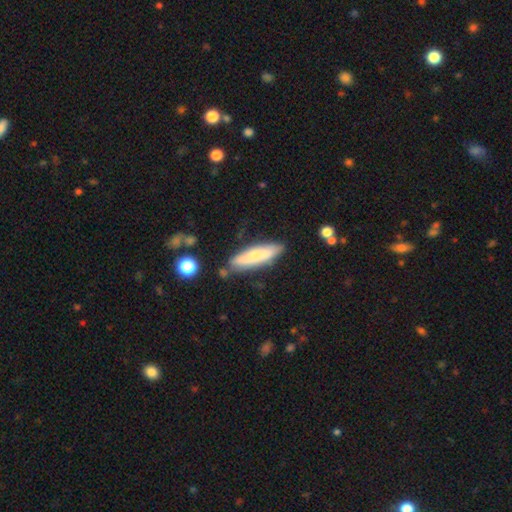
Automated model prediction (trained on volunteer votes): Smooth or featured? Predicted: smooth (p=0.58). How rounded? Predicted: cigar-shaped (p=0.72). Merging? Predicted: none (p=0.74).